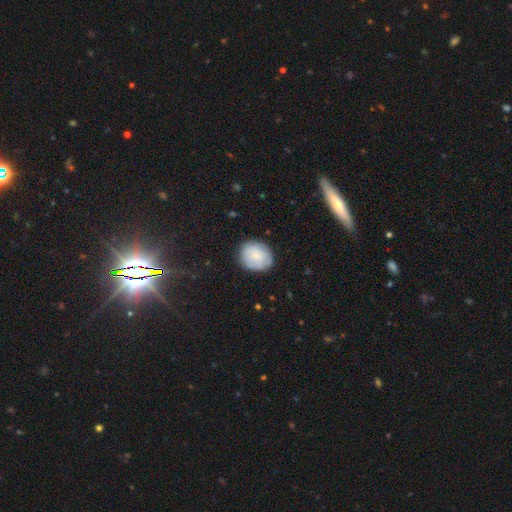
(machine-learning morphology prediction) smooth 74%, featured or disk 19%, star or artifact 8%. Down the decision tree: how rounded — round (64%); merging — none (80%).